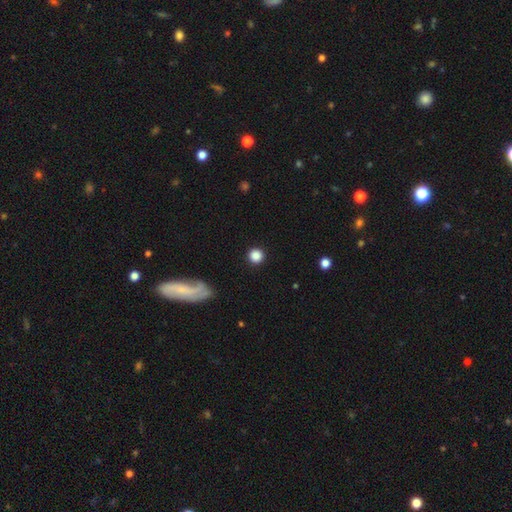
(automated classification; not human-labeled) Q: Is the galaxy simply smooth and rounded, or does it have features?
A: smooth — 85%.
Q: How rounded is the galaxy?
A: round — 95%.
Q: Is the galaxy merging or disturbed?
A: none — 91%.